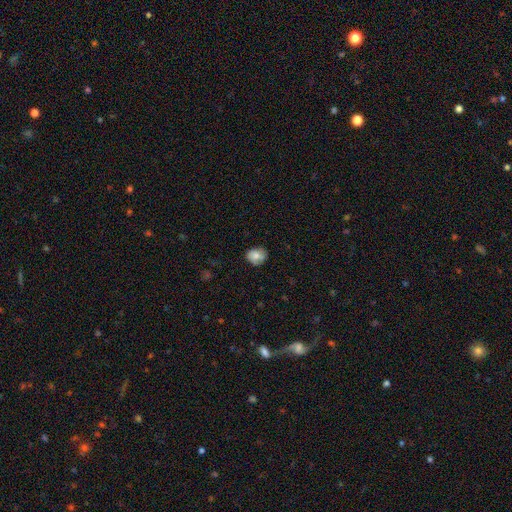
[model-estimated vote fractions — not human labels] Morphology: type=smooth (76%); roundness=round (61%); merging=none (70%).